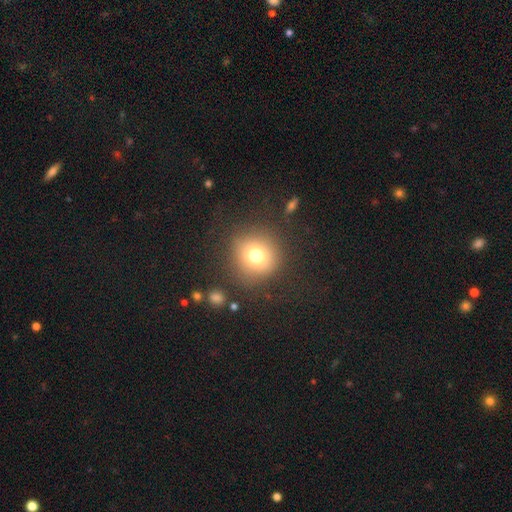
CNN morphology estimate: Smooth or featured?
  - smooth: 73% *
  - star or artifact: 15%
  - featured or disk: 12%
How rounded?
  - round: 92% *
  - in between: 7%
  - cigar-shaped: 1%
Merging?
  - none: 83% *
  - minor disturbance: 9%
  - major disturbance: 5%
  - merger: 2%